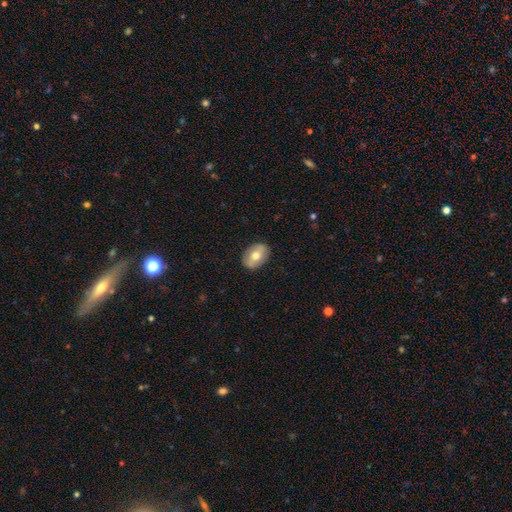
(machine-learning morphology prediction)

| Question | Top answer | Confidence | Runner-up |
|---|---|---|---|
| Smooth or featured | smooth | 60% | featured or disk (34%) |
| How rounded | in between | 78% | round (21%) |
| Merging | none | 86% | minor disturbance (10%) |